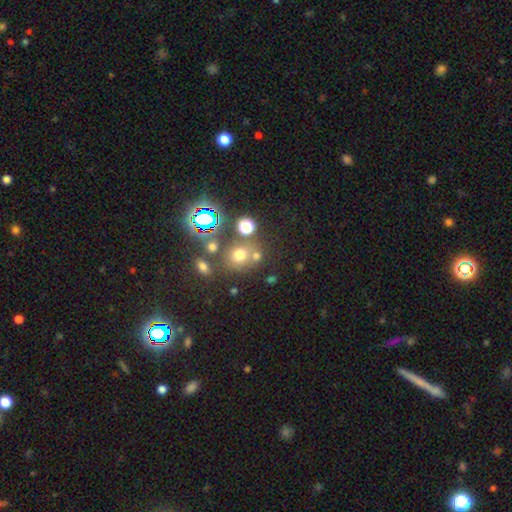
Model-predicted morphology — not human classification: smooth-or-featured: smooth: 57% | star or artifact: 31% | featured or disk: 12%
  how-rounded: round: 74% | in between: 24% | cigar-shaped: 1%
  merging: none: 62% | merger: 22% | minor disturbance: 11% | major disturbance: 6%